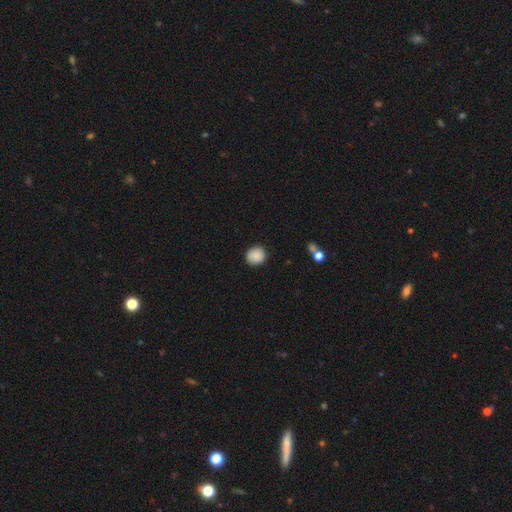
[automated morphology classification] This appears to be a smooth galaxy with no disk features (86%) that is round (82%). Merging: none (87%).